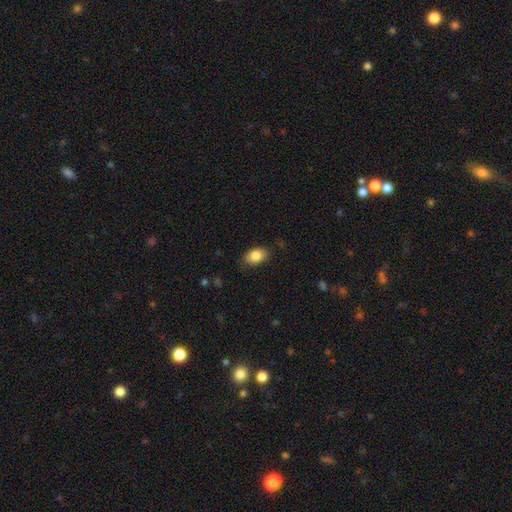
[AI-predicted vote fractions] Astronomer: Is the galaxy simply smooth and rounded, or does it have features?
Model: smooth — 85%.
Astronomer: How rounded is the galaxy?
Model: in between — 85%.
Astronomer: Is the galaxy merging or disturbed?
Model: none — 84%.